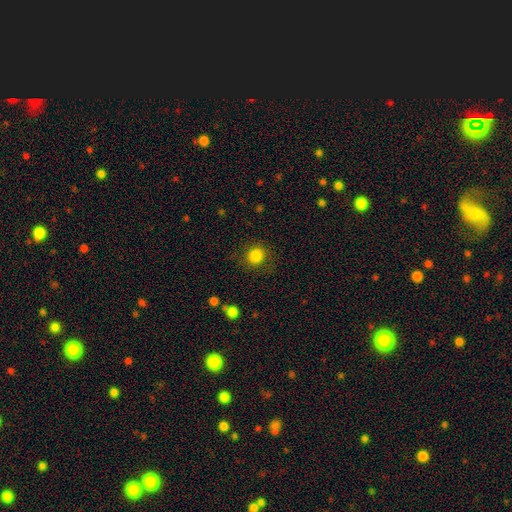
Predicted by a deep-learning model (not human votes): smooth_or_featured: smooth (p=0.84) [alt: star or artifact p=0.11]
how_rounded: round (p=0.87) [alt: in between p=0.12]
merging: none (p=0.86) [alt: minor disturbance p=0.09]